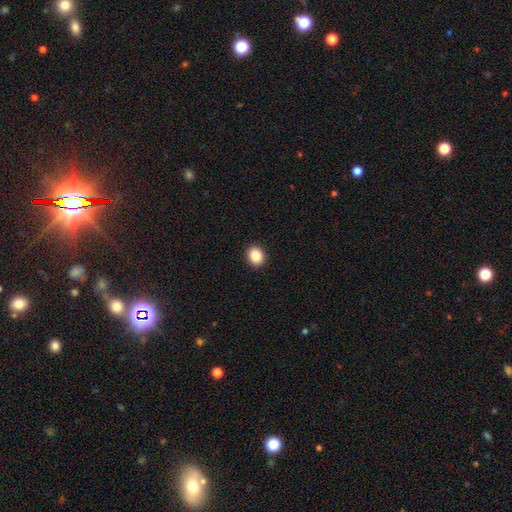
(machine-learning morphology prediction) A smooth galaxy with no disk features (86%) that is round (66%). Merging: none (93%).